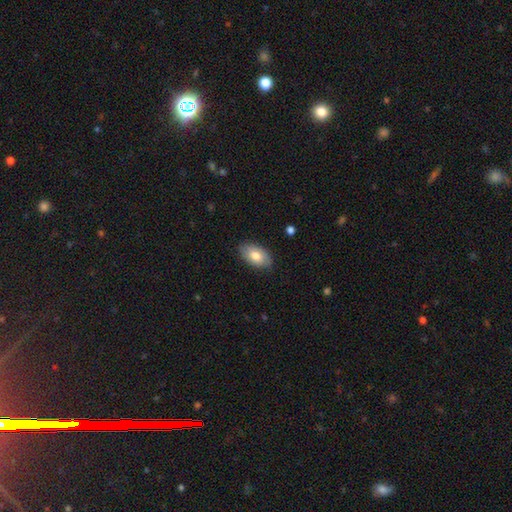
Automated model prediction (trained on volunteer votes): Smooth or featured: smooth — 75% (featured or disk — 19%)
How rounded: in between — 94% (round — 4%)
Merging: none — 81% (minor disturbance — 15%)